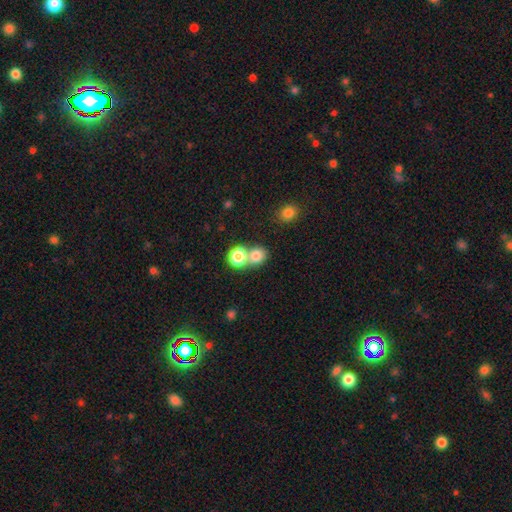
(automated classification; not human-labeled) This is likely a smooth galaxy (77%). How rounded: likely round (76%). Merging: possibly none (47%).